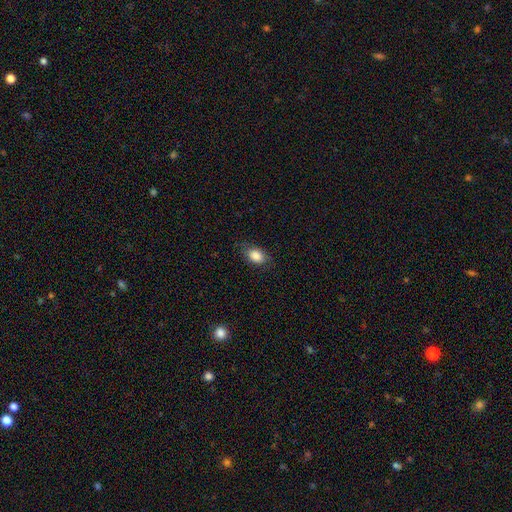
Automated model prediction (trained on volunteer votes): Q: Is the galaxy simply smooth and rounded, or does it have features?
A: smooth — 85%.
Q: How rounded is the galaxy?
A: in between — 83%.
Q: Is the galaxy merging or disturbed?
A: none — 77%.